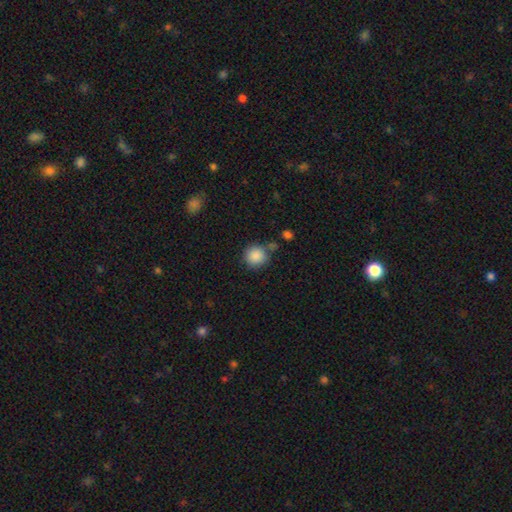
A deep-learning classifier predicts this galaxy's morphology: Smooth or featured: smooth — 88% (star or artifact — 9%)
How rounded: round — 91% (in between — 8%)
Merging: none — 73% (minor disturbance — 13%)